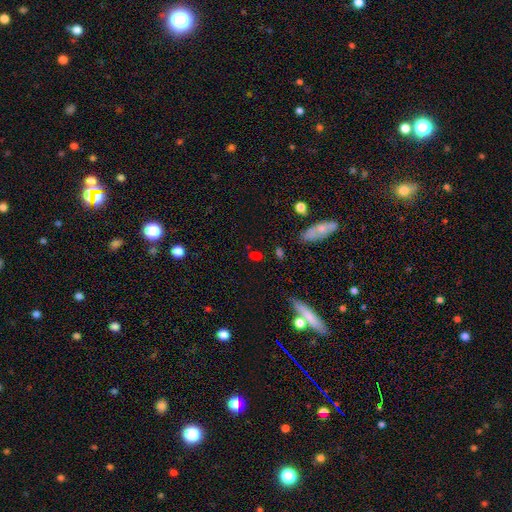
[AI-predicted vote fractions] A smooth galaxy with no disk features (61%) that is in between round and cigar-shaped (63%).

Vote fractions:
- Smooth or featured? smooth: 61% / star or artifact: 29% / featured or disk: 10%
- How rounded? in between: 63% / round: 29% / cigar-shaped: 8%
- Merging? none: 73% / minor disturbance: 14% / merger: 8% / major disturbance: 6%